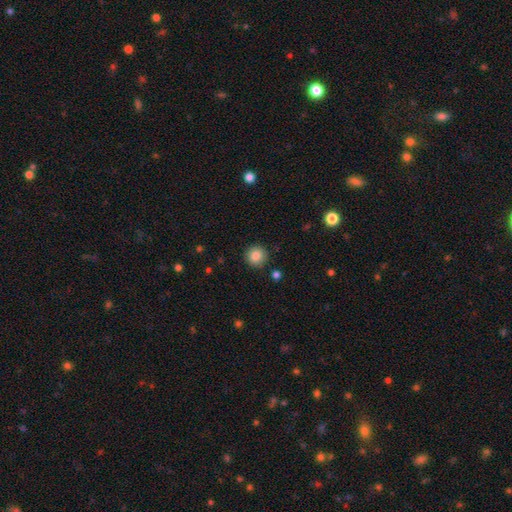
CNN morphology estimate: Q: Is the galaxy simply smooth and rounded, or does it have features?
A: smooth — 85%.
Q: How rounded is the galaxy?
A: round — 94%.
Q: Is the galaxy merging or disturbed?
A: none — 90%.